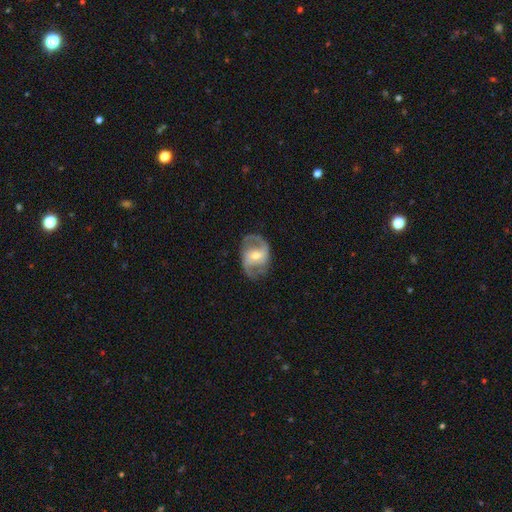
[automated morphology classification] smooth-or-featured: featured or disk: 83% | smooth: 12% | star or artifact: 5%
  disk-edge-on: no: 97% | yes: 3%
    bar: weak: 43% | strong: 30% | no: 27%
    has-spiral-arms: yes: 91% | no: 9%
      spiral-winding: medium: 50% | loose: 33% | tight: 16%
      spiral-arm-count: 2: 88% | can't tell: 5% | 1: 2% | 3: 2% | 4: 1% | more than 4: 1%
    bulge-size: moderate: 55% | small: 40% | large: 3% | none: 1% | dominant: 1%
  merging: none: 76% | minor disturbance: 15% | major disturbance: 8% | merger: 1%